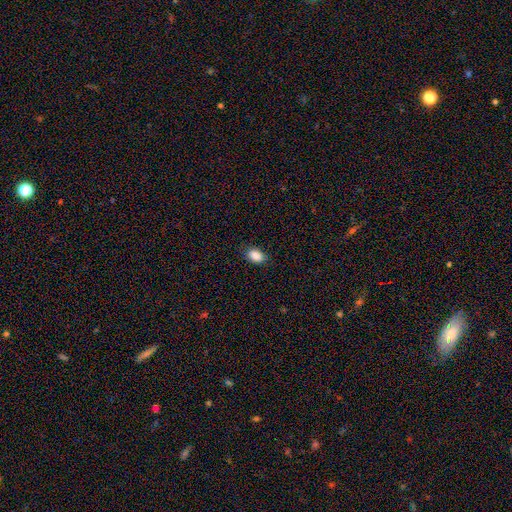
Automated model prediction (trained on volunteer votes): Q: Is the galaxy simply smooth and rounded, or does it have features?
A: smooth — 88%.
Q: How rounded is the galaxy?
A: in between — 84%.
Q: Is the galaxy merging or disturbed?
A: none — 85%.